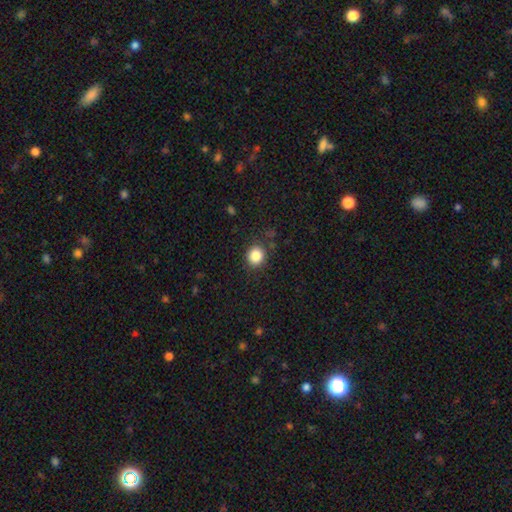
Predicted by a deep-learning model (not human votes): smooth_or_featured: smooth (p=0.85) [alt: star or artifact p=0.11]
how_rounded: round (p=0.80) [alt: in between p=0.19]
merging: none (p=0.86) [alt: minor disturbance p=0.09]